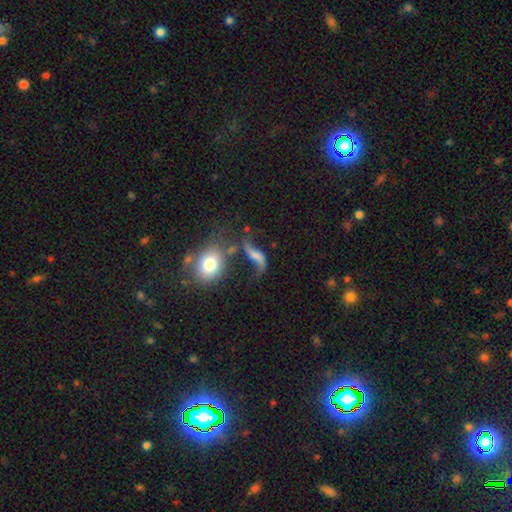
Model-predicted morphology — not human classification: Q: Smooth or featured?
A: featured or disk (68%); runner-up: smooth (22%)
Q: Edge-on disk?
A: no (91%); runner-up: yes (9%)
Q: Bar?
A: no (45%); runner-up: weak (34%)
Q: Spiral arms?
A: yes (87%); runner-up: no (13%)
Q: Spiral winding?
A: loose (94%); runner-up: medium (4%)
Q: Spiral arm count?
A: 2 (89%); runner-up: 1 (6%)
Q: Bulge size?
A: none (33%); runner-up: small (30%)
Q: Merging?
A: none (43%); runner-up: major disturbance (22%)